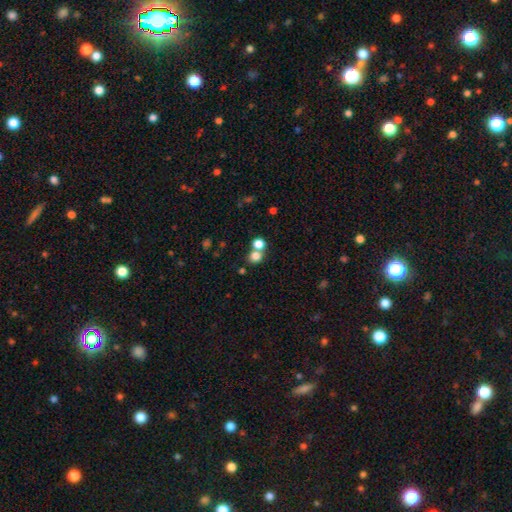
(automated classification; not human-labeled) smooth 78%, star or artifact 15%, featured or disk 8%. Down the decision tree: how rounded — round (80%); merging — none (52%).